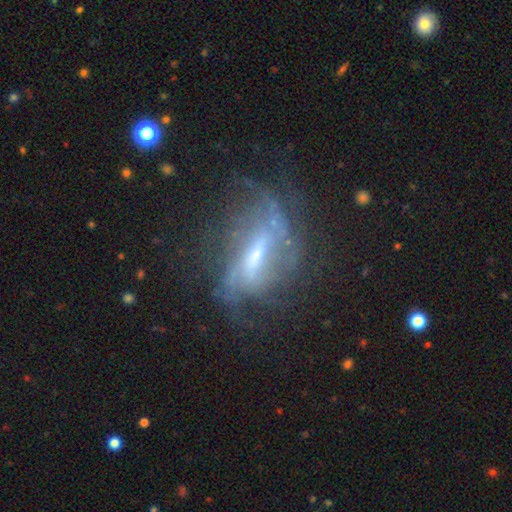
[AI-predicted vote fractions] Q: Smooth or featured?
A: featured or disk (76%); runner-up: smooth (13%)
Q: Edge-on disk?
A: no (86%); runner-up: yes (14%)
Q: Bar?
A: strong (44%); runner-up: weak (38%)
Q: Spiral arms?
A: yes (81%); runner-up: no (19%)
Q: Spiral winding?
A: medium (38%); runner-up: loose (33%)
Q: Spiral arm count?
A: can't tell (41%); runner-up: 2 (33%)
Q: Bulge size?
A: small (44%); runner-up: moderate (39%)
Q: Merging?
A: none (53%); runner-up: major disturbance (22%)